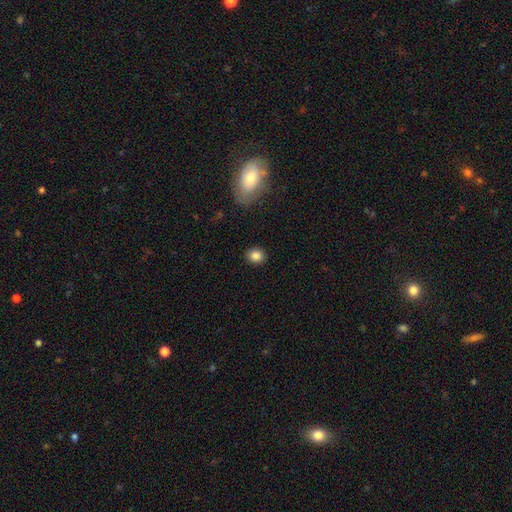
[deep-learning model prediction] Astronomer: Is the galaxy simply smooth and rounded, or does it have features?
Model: smooth — 85%.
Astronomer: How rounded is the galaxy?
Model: round — 65%.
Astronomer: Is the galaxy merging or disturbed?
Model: none — 89%.